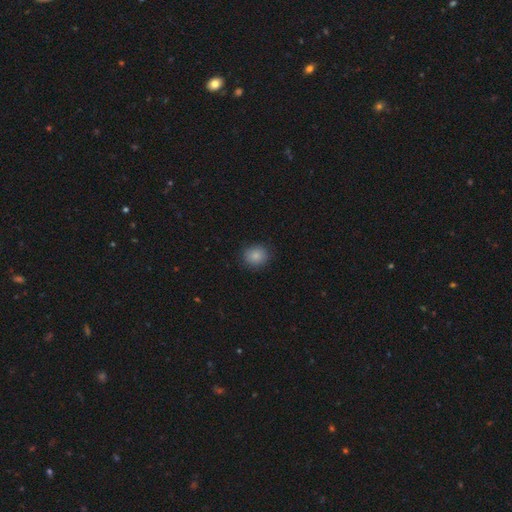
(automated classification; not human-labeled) Smooth or featured? smooth (85%)
How rounded? round (77%)
Merging? none (88%)